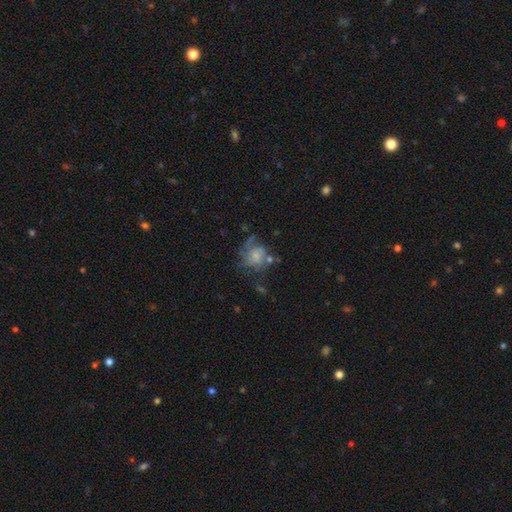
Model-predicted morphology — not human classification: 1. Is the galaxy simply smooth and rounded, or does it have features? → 51% featured or disk, 38% smooth, 11% star or artifact.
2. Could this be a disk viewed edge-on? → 98% no, 2% yes.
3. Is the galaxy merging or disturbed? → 40% none, 29% major disturbance, 23% minor disturbance, 7% merger.